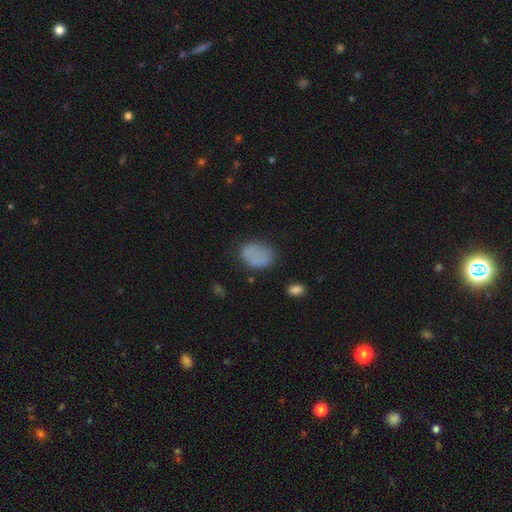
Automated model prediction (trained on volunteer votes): smooth_or_featured: smooth (p=0.81) [alt: star or artifact p=0.10]
how_rounded: in between (p=0.76) [alt: round p=0.23]
merging: none (p=0.69) [alt: minor disturbance p=0.21]